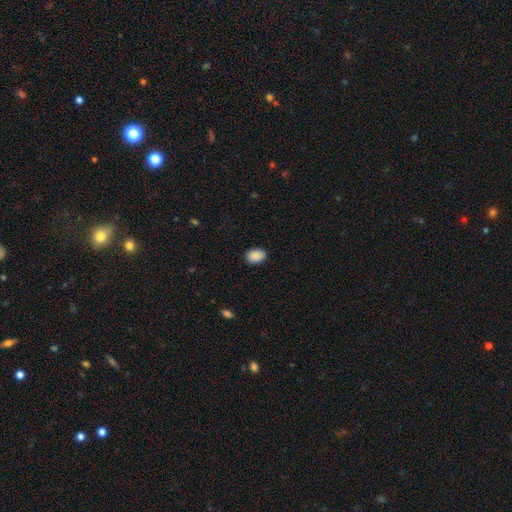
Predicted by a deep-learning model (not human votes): This appears to be a smooth galaxy with no disk features (90%) that is in between round and cigar-shaped (80%). Merging: none (89%).